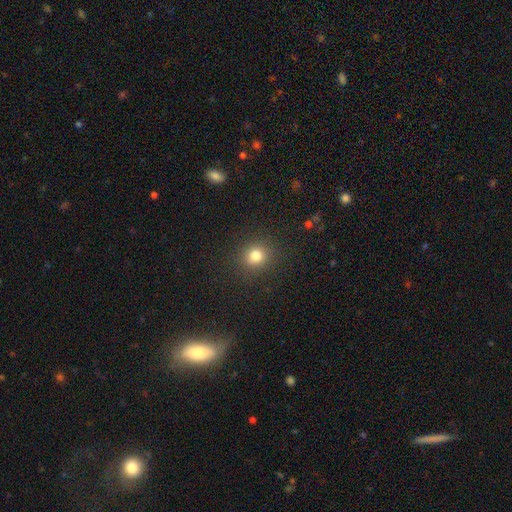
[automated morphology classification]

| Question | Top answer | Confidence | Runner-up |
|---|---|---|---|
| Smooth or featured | smooth | 80% | star or artifact (14%) |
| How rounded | round | 84% | in between (15%) |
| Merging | none | 89% | minor disturbance (7%) |